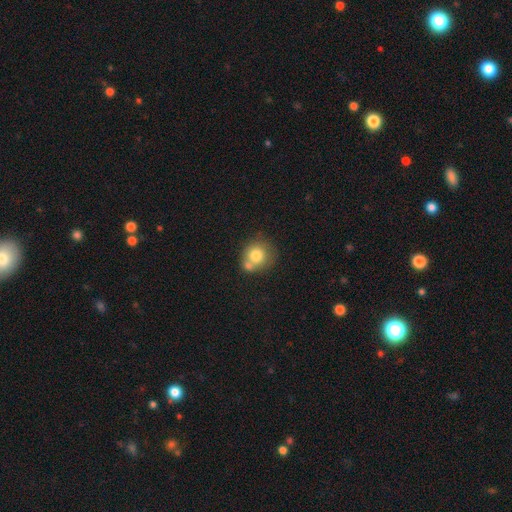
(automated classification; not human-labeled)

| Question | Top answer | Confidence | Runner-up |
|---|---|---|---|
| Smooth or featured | smooth | 76% | featured or disk (15%) |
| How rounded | round | 86% | in between (13%) |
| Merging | none | 46% | merger (37%) |